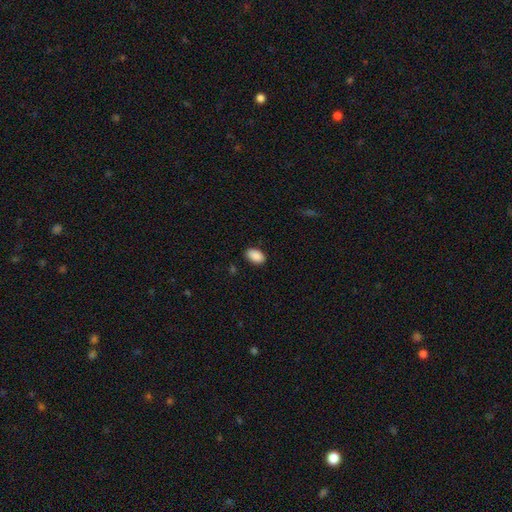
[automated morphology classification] Smooth or featured? smooth (90%)
How rounded? in between (92%)
Merging? none (88%)